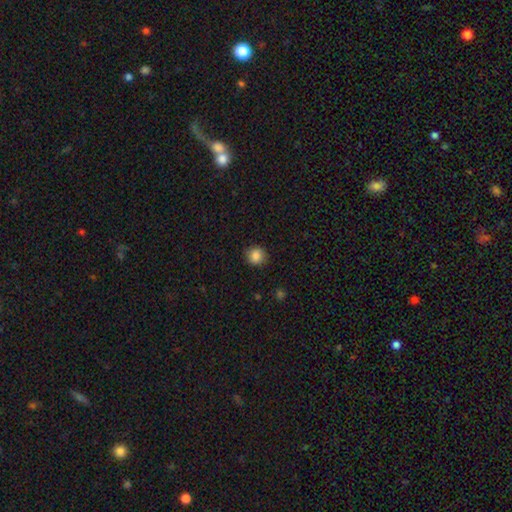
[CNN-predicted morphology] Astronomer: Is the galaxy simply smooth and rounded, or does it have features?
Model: smooth — 86%.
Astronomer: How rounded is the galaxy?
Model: round — 90%.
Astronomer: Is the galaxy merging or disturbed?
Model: none — 89%.